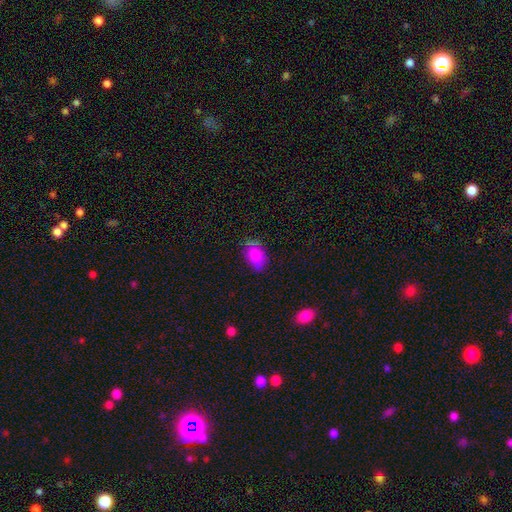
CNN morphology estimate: Smooth or featured: smooth — 80% (featured or disk — 10%)
How rounded: in between — 86% (round — 12%)
Merging: none — 64% (minor disturbance — 26%)